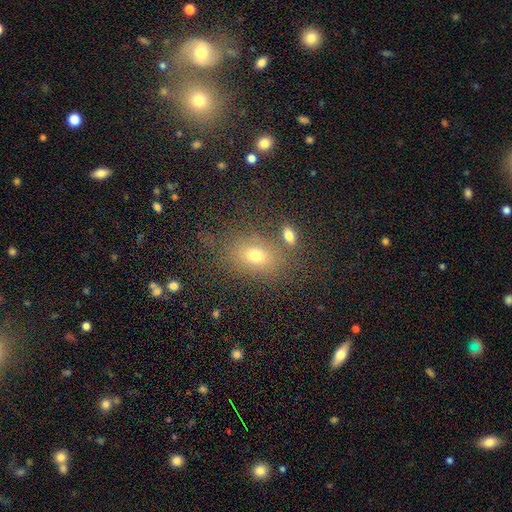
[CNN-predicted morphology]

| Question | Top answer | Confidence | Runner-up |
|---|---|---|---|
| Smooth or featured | smooth | 68% | star or artifact (17%) |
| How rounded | in between | 73% | round (25%) |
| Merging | none | 68% | minor disturbance (14%) |